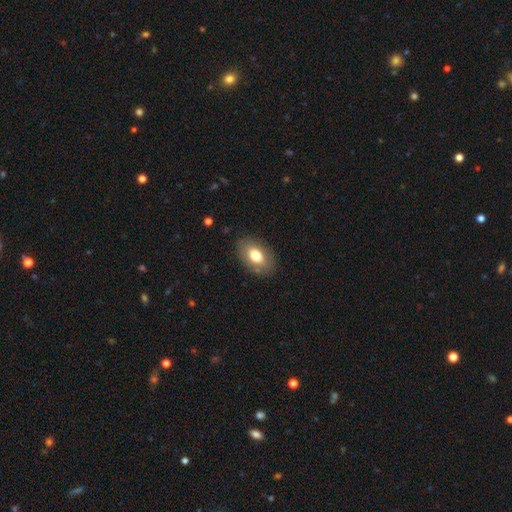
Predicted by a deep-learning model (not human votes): A smooth galaxy with no disk features (74%) that is in between round and cigar-shaped (89%).

Vote fractions:
- Smooth or featured? smooth: 74% / featured or disk: 18% / star or artifact: 8%
- How rounded? in between: 89% / round: 10% / cigar-shaped: 1%
- Merging? none: 84% / minor disturbance: 12% / major disturbance: 3% / merger: 1%